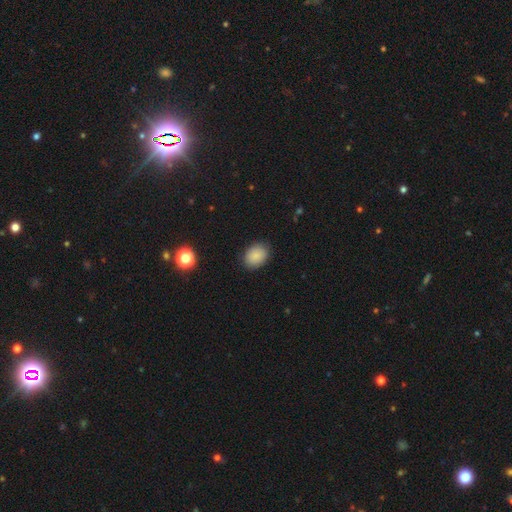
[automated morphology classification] This appears to be a smooth galaxy with no disk features (87%) that is in between round and cigar-shaped (65%). Merging: none (87%).